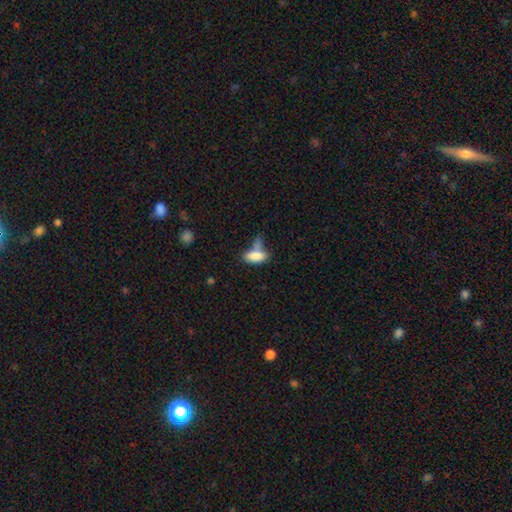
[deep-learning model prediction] Q: Smooth or featured?
A: smooth (80%); runner-up: featured or disk (11%)
Q: How rounded?
A: in between (81%); runner-up: cigar-shaped (15%)
Q: Merging?
A: merger (34%); runner-up: none (33%)